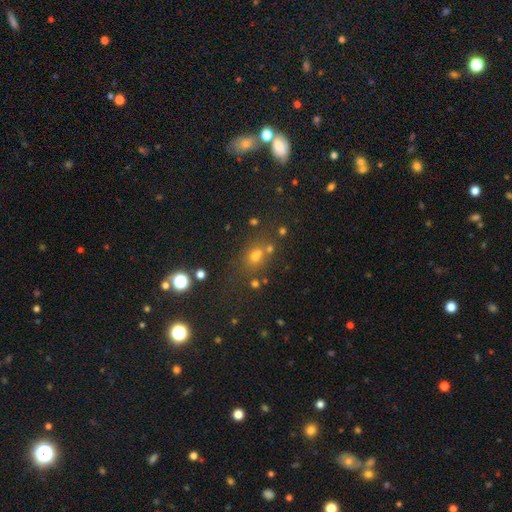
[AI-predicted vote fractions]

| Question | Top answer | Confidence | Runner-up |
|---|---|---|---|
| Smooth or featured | smooth | 61% | star or artifact (28%) |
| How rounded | round | 55% | in between (42%) |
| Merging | none | 64% | merger (17%) |